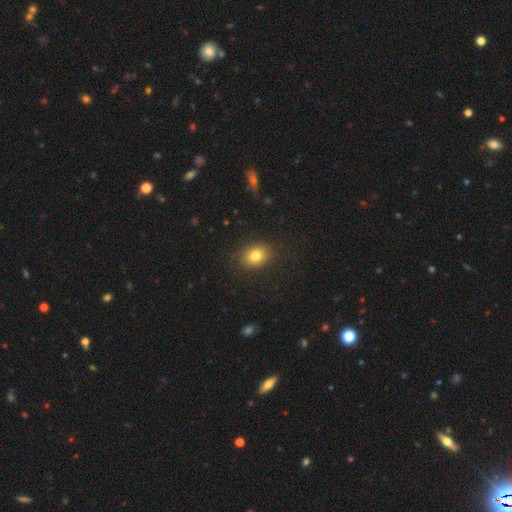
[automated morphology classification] Overall: smooth (80%). How rounded: in between (60%; round 39%). Merging: none (85%).